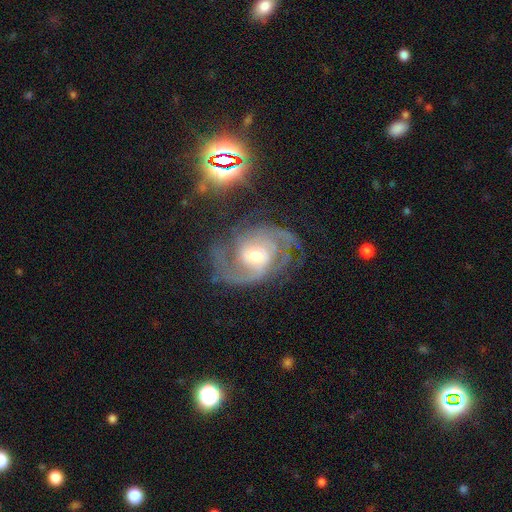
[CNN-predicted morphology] This appears to be a featured or disk galaxy (90%) with no bar (50%), 2 (56%) medium (50%) spiral arms (97%) and a moderate central bulge (63%). Merging: none (66%).